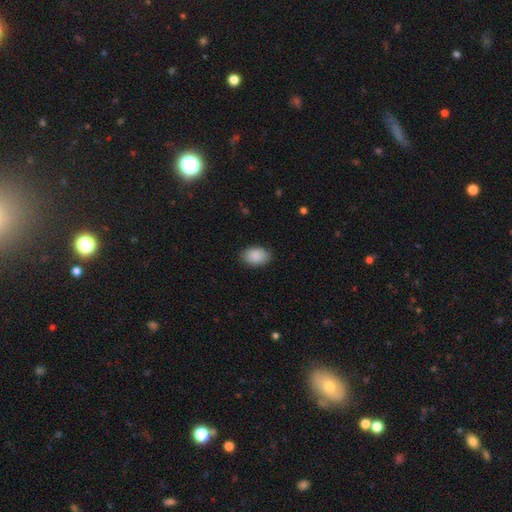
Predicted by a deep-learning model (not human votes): A smooth galaxy with no disk features (90%) that is in between round and cigar-shaped (85%). Merging: none (86%).